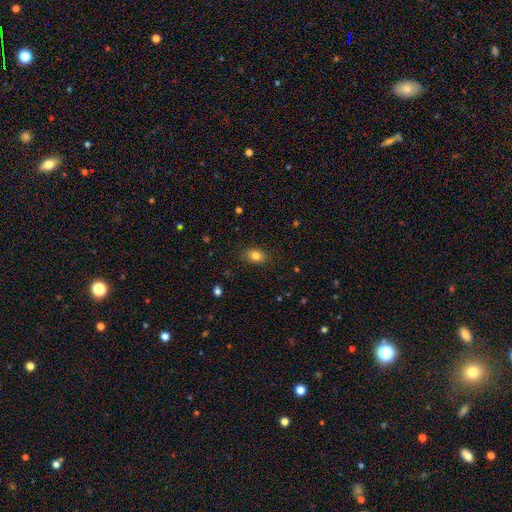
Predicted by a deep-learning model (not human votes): smooth 82%, star or artifact 10%, featured or disk 8%. Down the decision tree: how rounded — in between (72%); merging — none (84%).